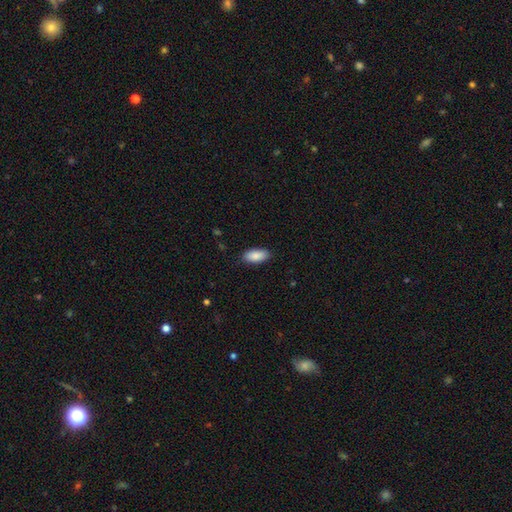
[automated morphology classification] A smooth galaxy with no disk features (89%) that is in between round and cigar-shaped (91%). Merging: none (88%).